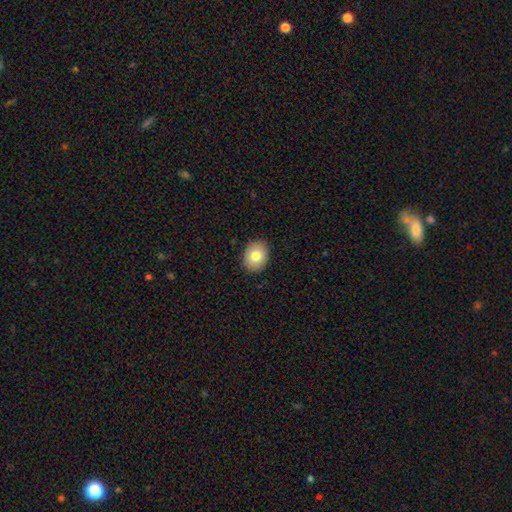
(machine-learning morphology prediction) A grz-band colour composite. It shows a smooth galaxy with no disk features (79%) that is in between round and cigar-shaped (56%). Merging: none (89%).